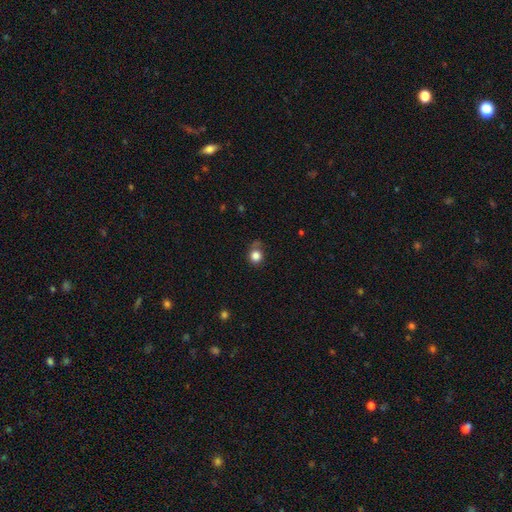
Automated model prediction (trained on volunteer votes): This is clearly a smooth galaxy (82%). How rounded: likely round (80%). Merging: likely none (61%).